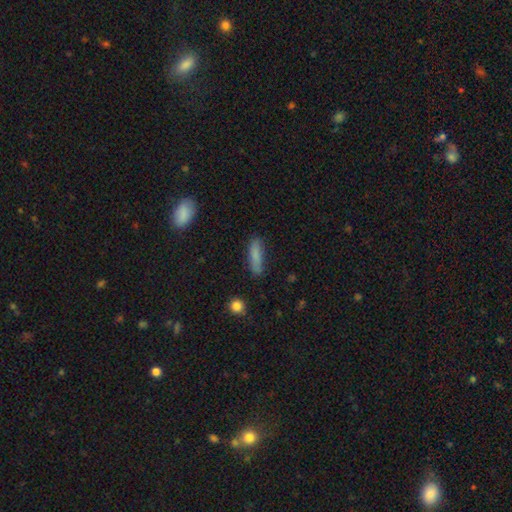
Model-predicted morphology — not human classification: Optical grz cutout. It shows a smooth galaxy with no disk features (82%) that is cigar-shaped (69%). Merging: none (80%).